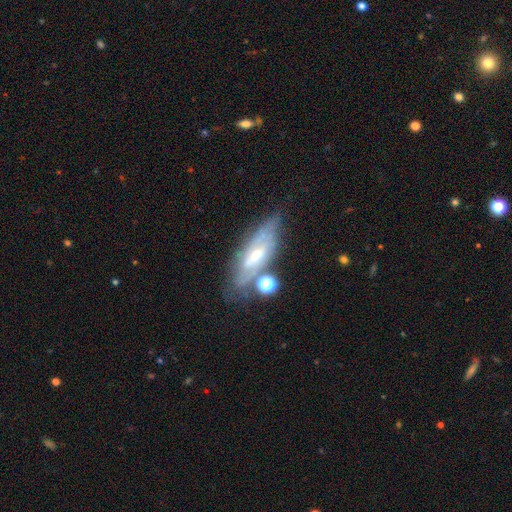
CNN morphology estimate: Smooth or featured: featured or disk — 67% (smooth — 24%)
Edge-on disk: no — 62% (yes — 38%)
Merging: none — 61% (minor disturbance — 21%)